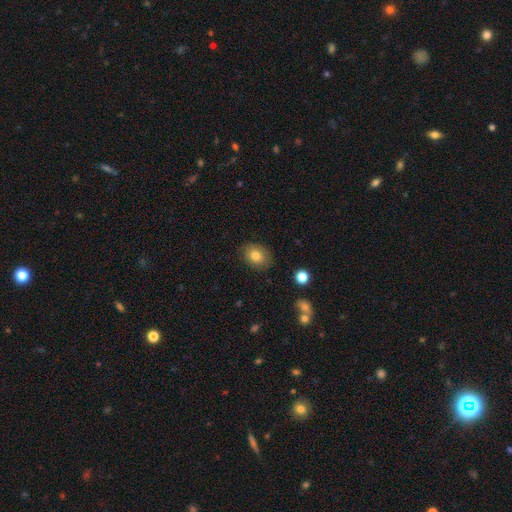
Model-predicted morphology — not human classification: smooth_or_featured: smooth (p=0.79) [alt: featured or disk p=0.12]
how_rounded: in between (p=0.59) [alt: round p=0.40]
merging: none (p=0.83) [alt: minor disturbance p=0.13]